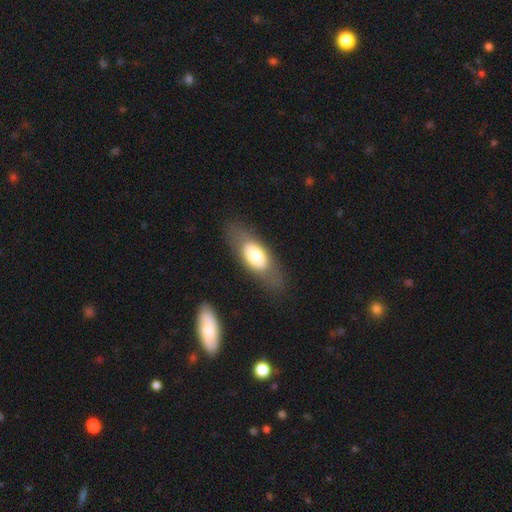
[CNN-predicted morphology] Smooth or featured?
  - smooth: 62% *
  - featured or disk: 31%
  - star or artifact: 7%
How rounded?
  - in between: 79% *
  - cigar-shaped: 16%
  - round: 4%
Merging?
  - none: 77% *
  - minor disturbance: 14%
  - major disturbance: 7%
  - merger: 2%